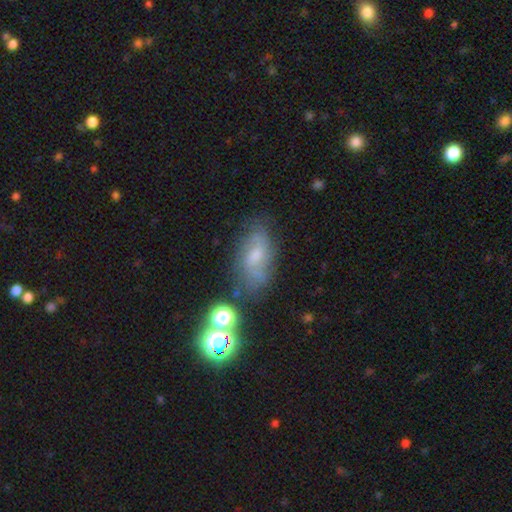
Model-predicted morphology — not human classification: This is possibly a featured or disk galaxy (52%). It is clearly not viewed edge-on (92%). Merging: likely none (63%).